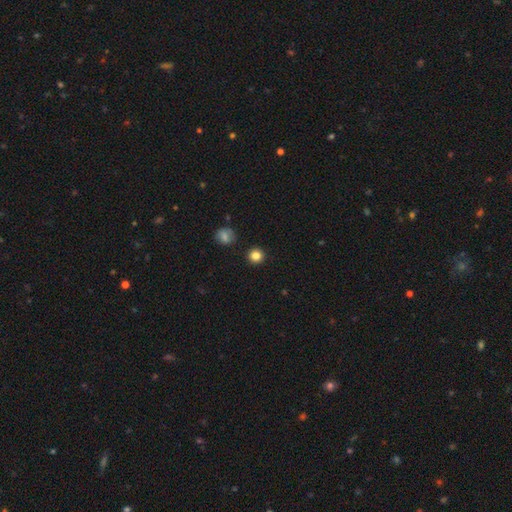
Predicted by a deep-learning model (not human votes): This appears to be a smooth galaxy with no disk features (83%) that is round (93%). Merging: none (91%).